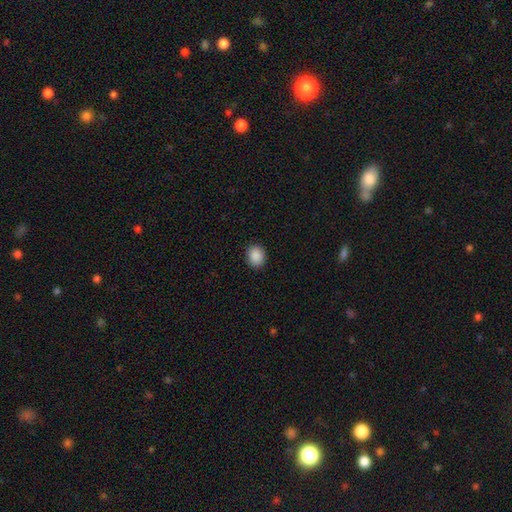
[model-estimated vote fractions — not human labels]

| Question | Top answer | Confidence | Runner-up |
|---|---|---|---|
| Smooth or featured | smooth | 89% | star or artifact (8%) |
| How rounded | round | 61% | in between (38%) |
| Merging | none | 90% | minor disturbance (7%) |